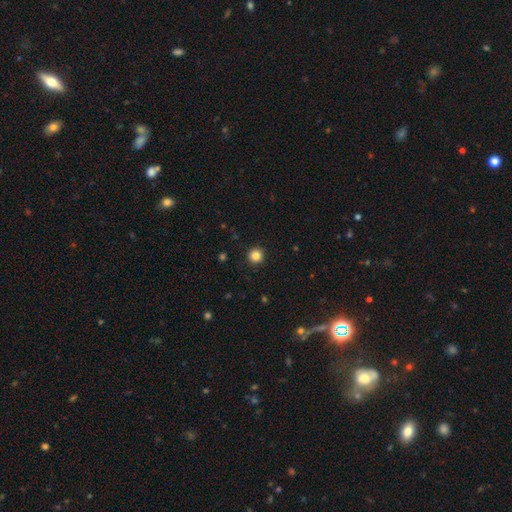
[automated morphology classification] Q: Smooth or featured?
A: smooth (84%); runner-up: star or artifact (12%)
Q: How rounded?
A: round (96%); runner-up: in between (3%)
Q: Merging?
A: none (93%); runner-up: minor disturbance (4%)